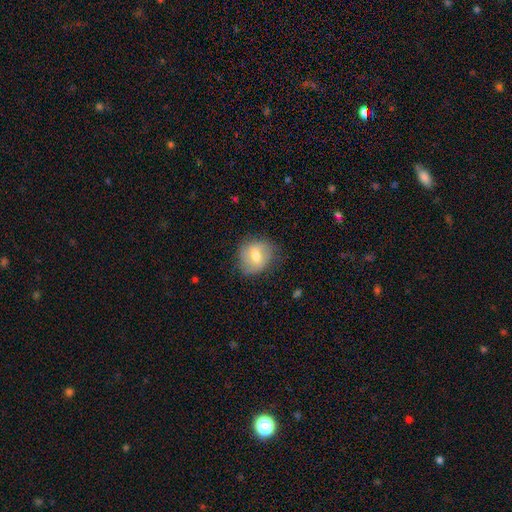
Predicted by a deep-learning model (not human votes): Overall: smooth (59%; featured or disk 34%). How rounded: round (73%). Merging: none (75%).